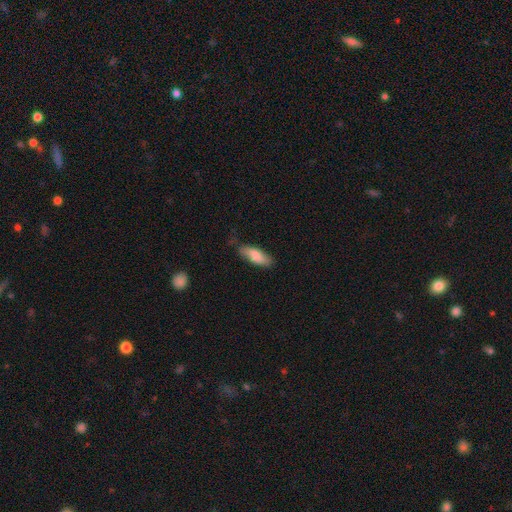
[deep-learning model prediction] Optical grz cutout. It shows a smooth galaxy with no disk features (78%) that is in between round and cigar-shaped (66%). Merging: none (69%).